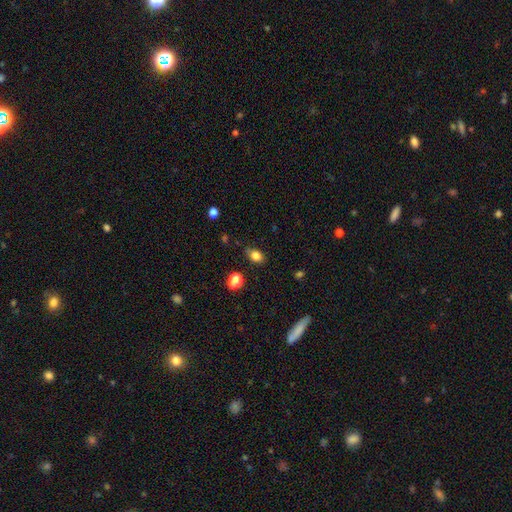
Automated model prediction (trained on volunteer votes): Smooth or featured? smooth (81%)
How rounded? in between (70%)
Merging? none (73%)